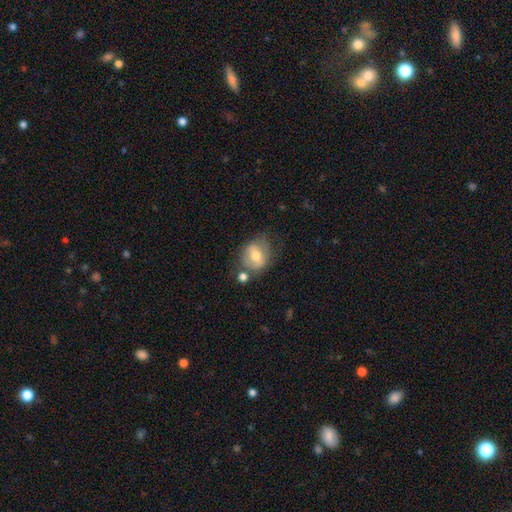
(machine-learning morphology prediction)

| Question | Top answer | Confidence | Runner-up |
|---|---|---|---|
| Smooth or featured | smooth | 58% | featured or disk (34%) |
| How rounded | round | 56% | in between (43%) |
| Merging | none | 53% | minor disturbance (22%) |